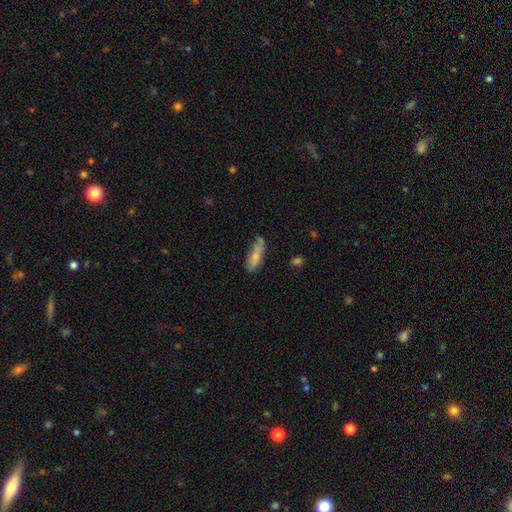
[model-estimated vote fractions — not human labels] Overall: smooth (69%). How rounded: in between (59%; cigar-shaped 39%). Merging: none (56%; minor disturbance 29%).